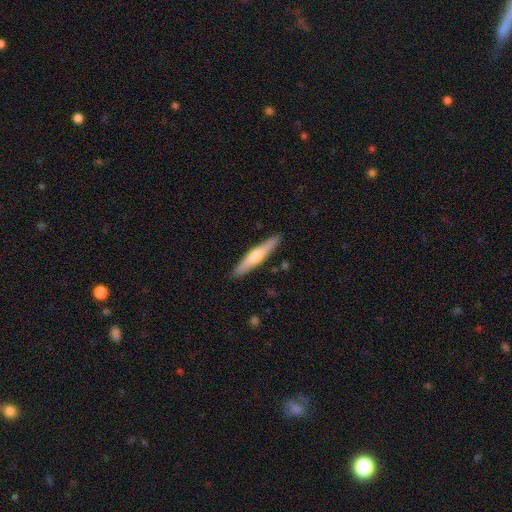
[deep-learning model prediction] featured or disk 50%, smooth 45%, star or artifact 5%. Down the decision tree: edge-on disk — yes (95%); merging — none (90%).